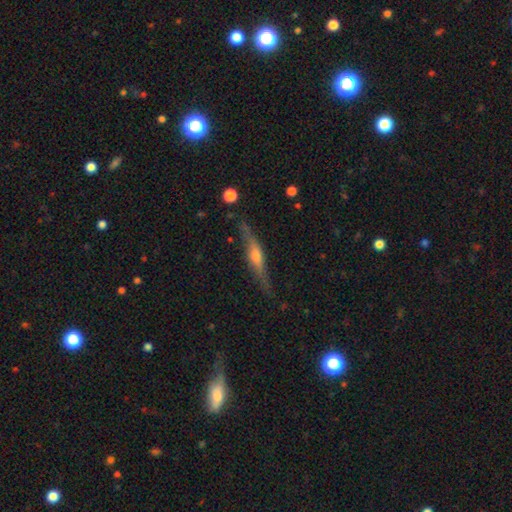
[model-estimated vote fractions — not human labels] Smooth or featured?
  - featured or disk: 69% *
  - smooth: 25%
  - star or artifact: 6%
Edge-on disk?
  - yes: 95% *
  - no: 5%
Edge-on bulge?
  - rounded: 79% *
  - boxy: 12%
  - none: 9%
Merging?
  - none: 82% *
  - minor disturbance: 13%
  - major disturbance: 3%
  - merger: 2%